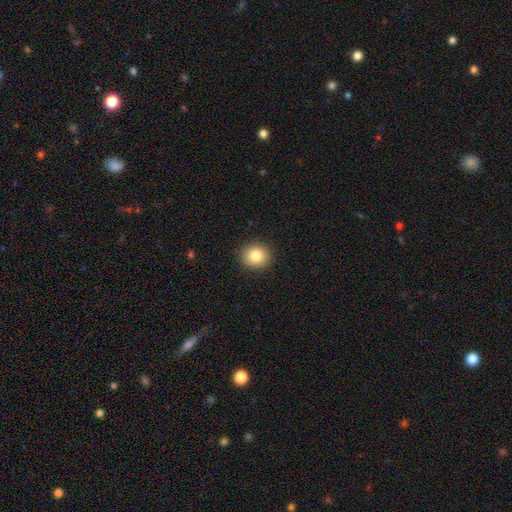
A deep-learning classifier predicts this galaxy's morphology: type=smooth (85%); roundness=round (80%); merging=none (91%).